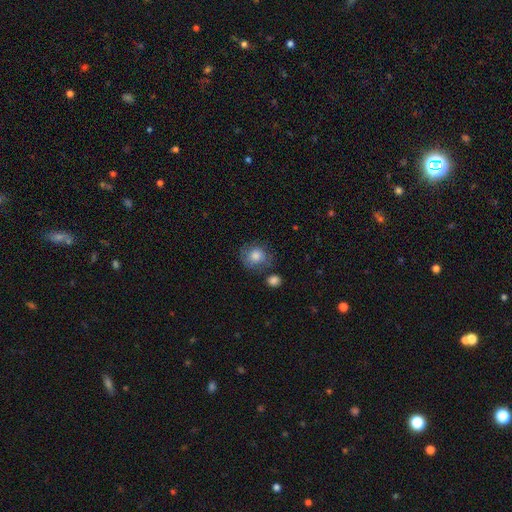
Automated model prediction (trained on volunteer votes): Smooth or featured?
  - smooth: 72% *
  - featured or disk: 20%
  - star or artifact: 8%
How rounded?
  - round: 82% *
  - in between: 17%
  - cigar-shaped: 1%
Merging?
  - none: 66% *
  - minor disturbance: 19%
  - major disturbance: 8%
  - merger: 7%